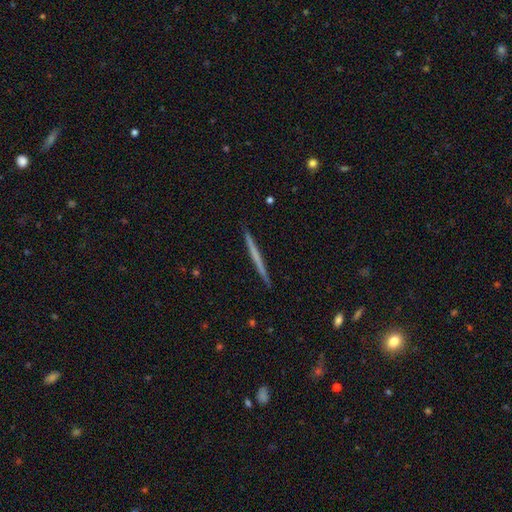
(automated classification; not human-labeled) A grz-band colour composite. It shows a featured or disk galaxy (49%). Merging: none (92%).